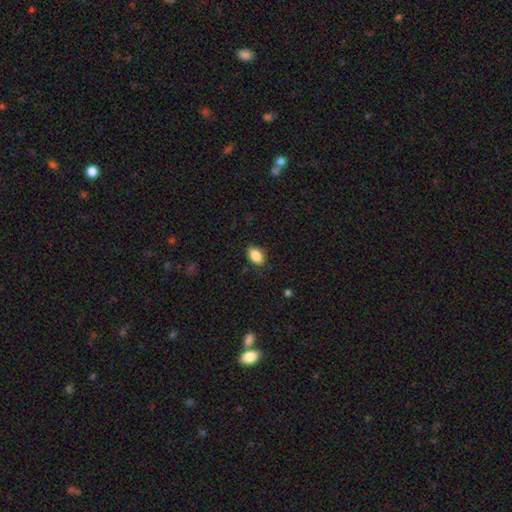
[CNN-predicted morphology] Smooth or featured: smooth — 87% (star or artifact — 8%)
How rounded: in between — 88% (round — 10%)
Merging: none — 83% (minor disturbance — 13%)